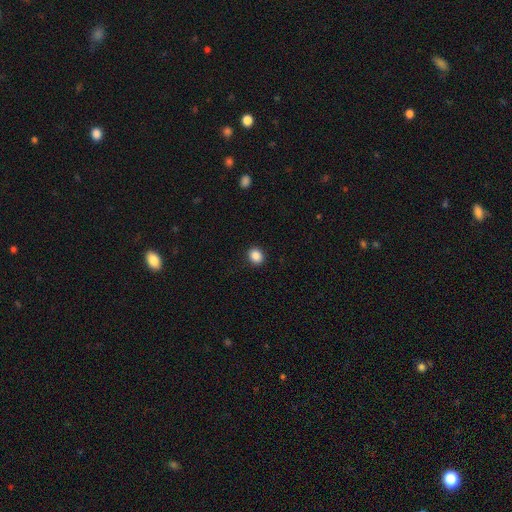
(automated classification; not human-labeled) Smooth or featured?
  - smooth: 88% *
  - star or artifact: 9%
  - featured or disk: 3%
How rounded?
  - round: 62% *
  - in between: 37%
  - cigar-shaped: 1%
Merging?
  - none: 91% *
  - minor disturbance: 6%
  - major disturbance: 2%
  - merger: 1%